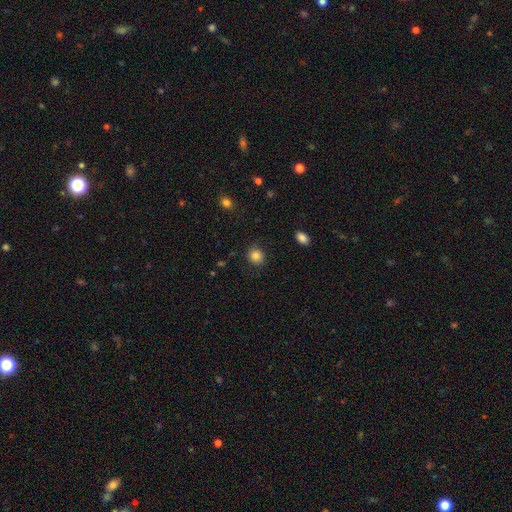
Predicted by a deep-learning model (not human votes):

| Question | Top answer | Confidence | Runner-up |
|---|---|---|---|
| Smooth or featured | smooth | 85% | star or artifact (10%) |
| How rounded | round | 80% | in between (19%) |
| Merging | none | 88% | minor disturbance (8%) |